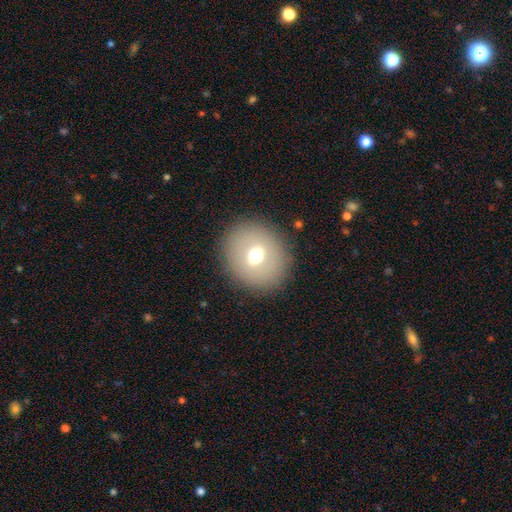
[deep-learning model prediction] This is likely a smooth galaxy (63%). How rounded: likely round (76%). Merging: clearly none (87%).